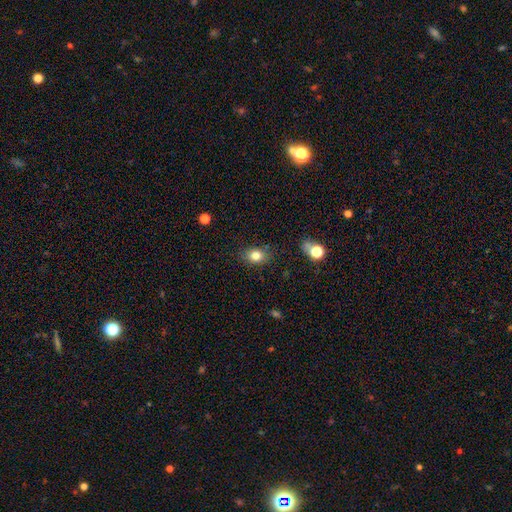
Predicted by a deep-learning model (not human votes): Smooth or featured? smooth (80%)
How rounded? in between (59%)
Merging? none (82%)